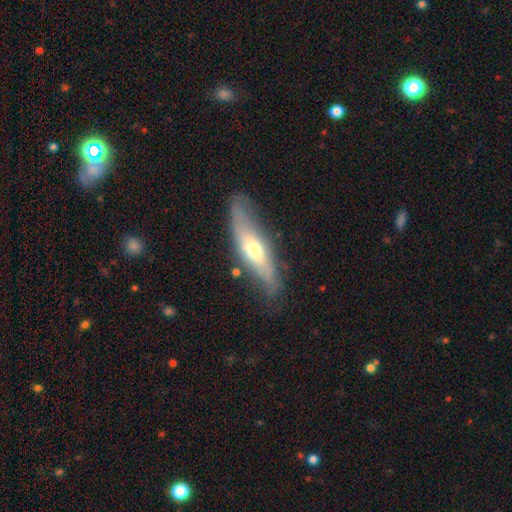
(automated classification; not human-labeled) Smooth or featured?
  - featured or disk: 51% *
  - smooth: 43%
  - star or artifact: 6%
Edge-on disk?
  - yes: 54% *
  - no: 46%
Merging?
  - none: 67% *
  - minor disturbance: 22%
  - major disturbance: 8%
  - merger: 3%